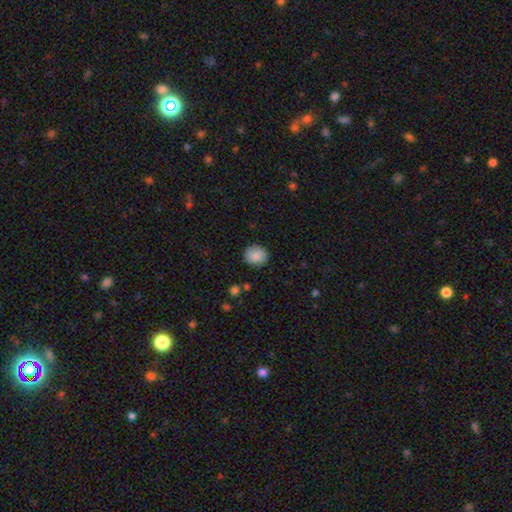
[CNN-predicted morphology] This is clearly a smooth galaxy (88%). How rounded: clearly round (84%). Merging: clearly none (88%).